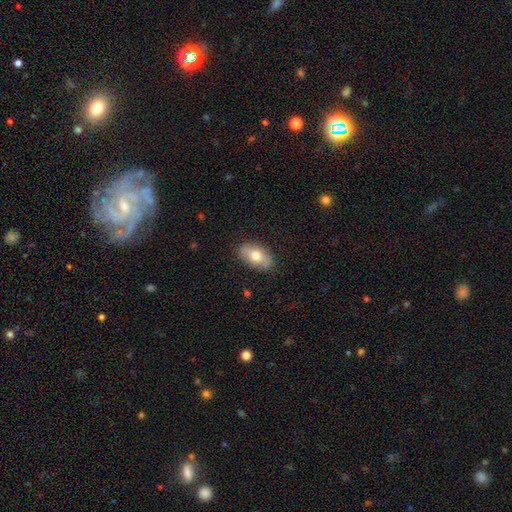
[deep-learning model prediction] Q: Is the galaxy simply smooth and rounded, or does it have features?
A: smooth — 70%.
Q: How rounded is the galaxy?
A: in between — 91%.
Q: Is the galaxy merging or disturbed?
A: none — 86%.